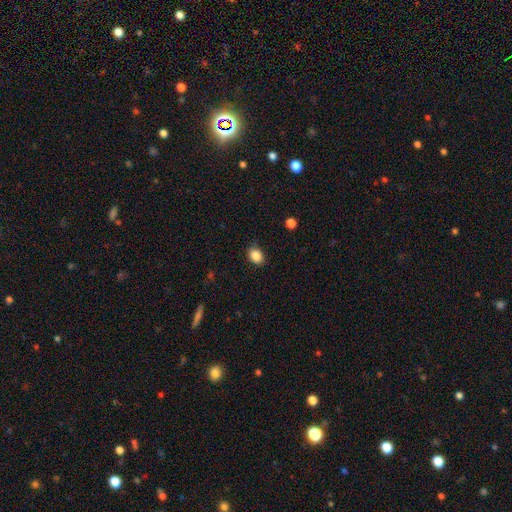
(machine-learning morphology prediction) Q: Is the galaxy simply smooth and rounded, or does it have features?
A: smooth — 87%.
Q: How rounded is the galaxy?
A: in between — 70%.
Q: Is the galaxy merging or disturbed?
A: none — 83%.